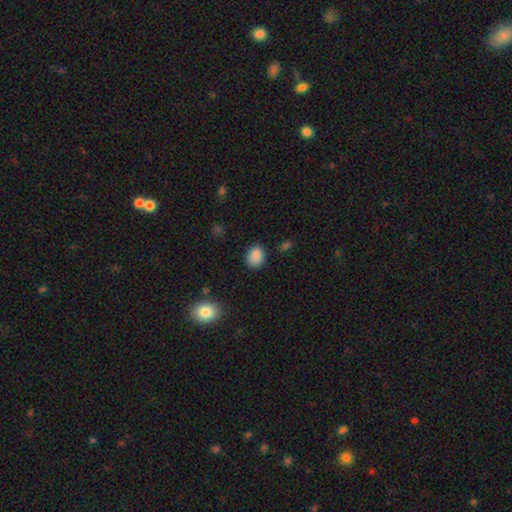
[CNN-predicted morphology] smooth-or-featured: smooth: 87% | star or artifact: 10% | featured or disk: 4%
  how-rounded: round: 62% | in between: 37% | cigar-shaped: 1%
  merging: none: 84% | minor disturbance: 12% | major disturbance: 3% | merger: 2%